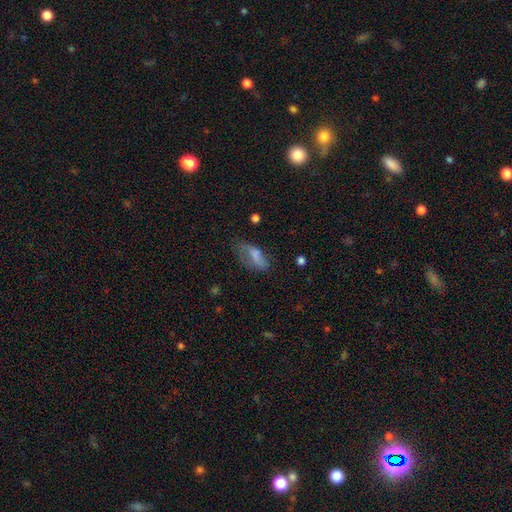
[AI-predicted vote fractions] Overall: smooth (68%). How rounded: in between (86%). Merging: none (36%; minor disturbance 32%).